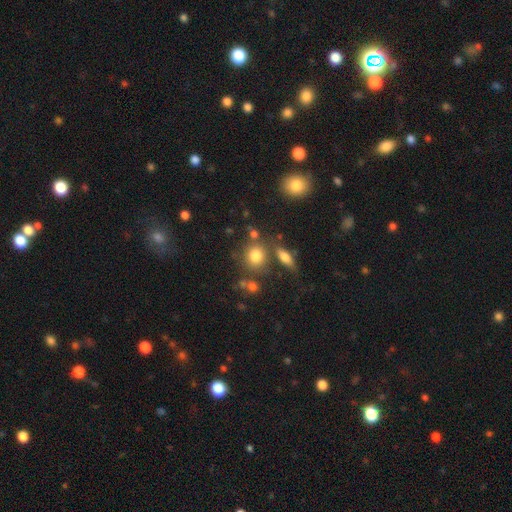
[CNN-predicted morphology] smooth_or_featured: smooth (p=0.78) [alt: star or artifact p=0.12]
how_rounded: round (p=0.74) [alt: in between p=0.24]
merging: none (p=0.68) [alt: merger p=0.15]